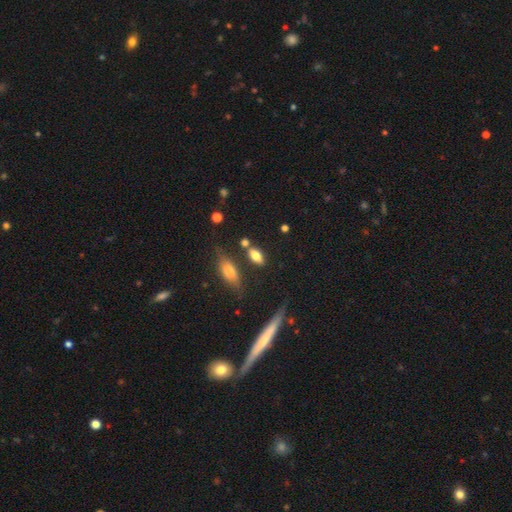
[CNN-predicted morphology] Smooth or featured? smooth (76%)
How rounded? in between (84%)
Merging? none (70%)